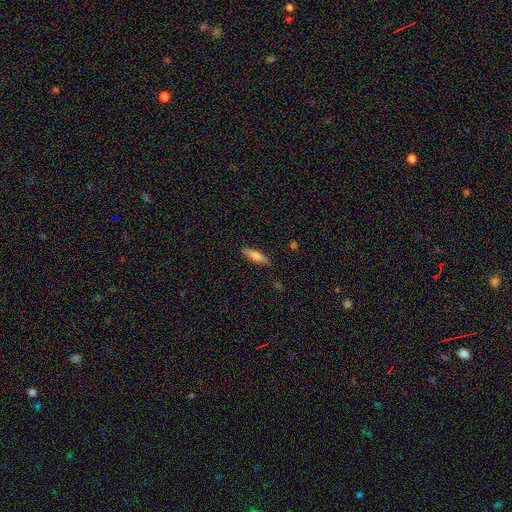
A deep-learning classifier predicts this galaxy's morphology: A smooth galaxy with no disk features (70%) that is cigar-shaped (67%). Merging: none (86%).